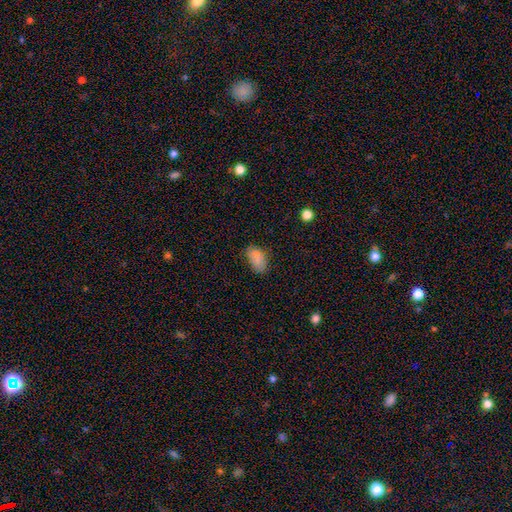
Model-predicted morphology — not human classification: smooth_or_featured: smooth (p=0.82) [alt: star or artifact p=0.10]
how_rounded: in between (p=0.92) [alt: round p=0.05]
merging: none (p=0.63) [alt: minor disturbance p=0.27]